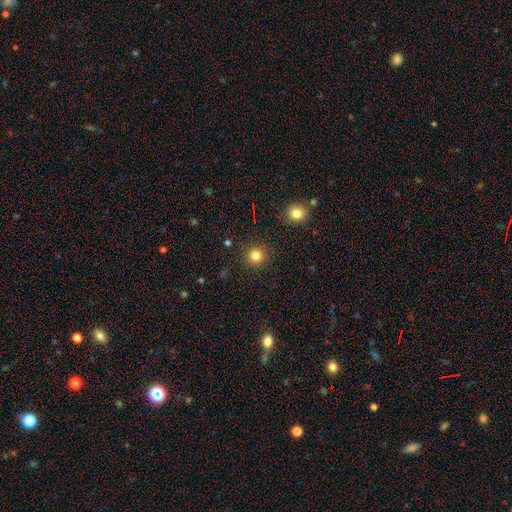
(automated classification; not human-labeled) Smooth or featured?
  - smooth: 83% *
  - star or artifact: 12%
  - featured or disk: 5%
How rounded?
  - round: 94% *
  - in between: 5%
  - cigar-shaped: 1%
Merging?
  - none: 91% *
  - minor disturbance: 5%
  - major disturbance: 2%
  - merger: 2%